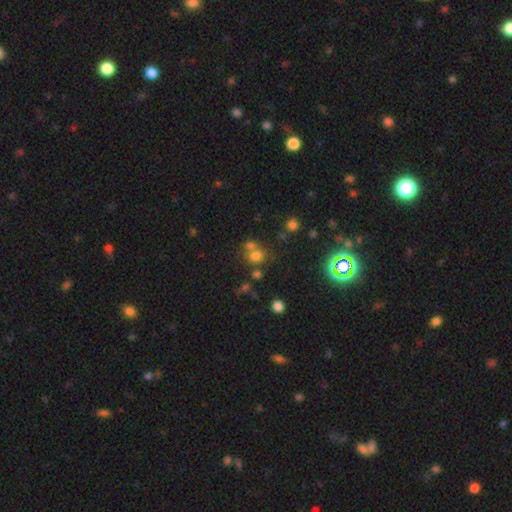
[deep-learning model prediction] This appears to be a smooth galaxy with no disk features (68%) that is round (70%). Merging: none (48%).